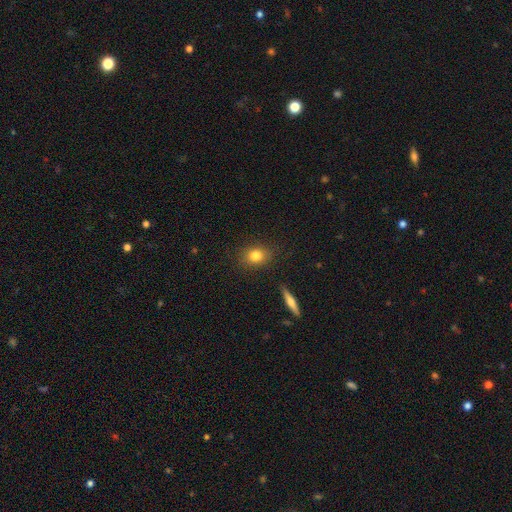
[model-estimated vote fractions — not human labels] smooth_or_featured: smooth (p=0.80) [alt: star or artifact p=0.10]
how_rounded: round (p=0.55) [alt: in between p=0.43]
merging: none (p=0.84) [alt: minor disturbance p=0.11]